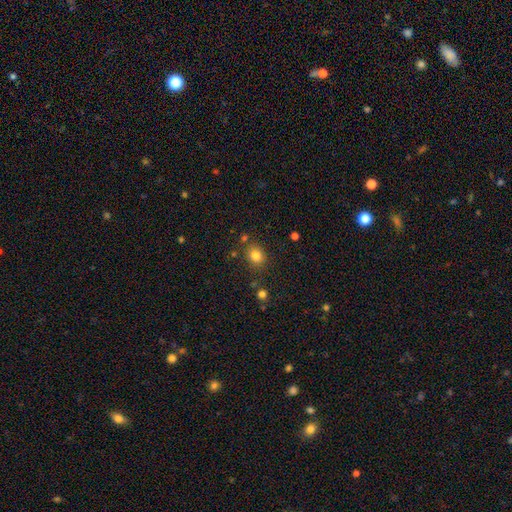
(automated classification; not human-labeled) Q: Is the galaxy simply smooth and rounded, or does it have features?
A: smooth — 81%.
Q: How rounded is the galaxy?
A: round — 61%.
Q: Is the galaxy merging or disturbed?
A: none — 80%.